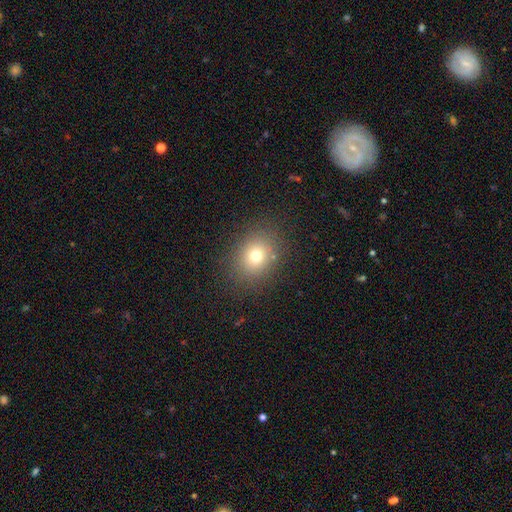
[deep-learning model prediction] Overall: smooth (72%). How rounded: round (58%; in between 41%). Merging: none (85%).